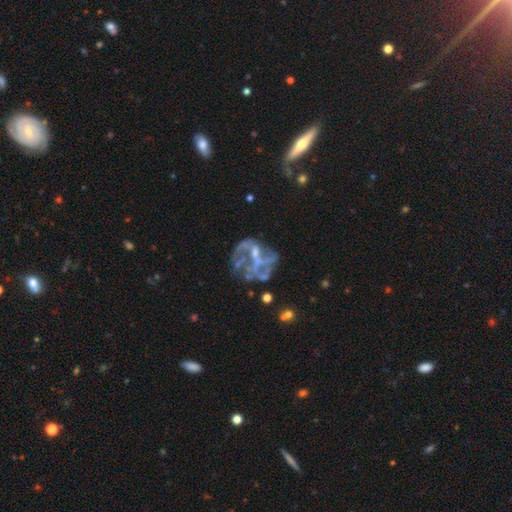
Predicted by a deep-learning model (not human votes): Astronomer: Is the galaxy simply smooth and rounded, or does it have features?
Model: featured or disk — 73%.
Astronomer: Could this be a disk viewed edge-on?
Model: no — 98%.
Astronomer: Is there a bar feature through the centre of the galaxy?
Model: no — 61%.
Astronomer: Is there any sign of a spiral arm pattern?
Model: no — 58% (runner-up: yes, 42%).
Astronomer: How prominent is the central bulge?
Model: none — 45% (runner-up: small, 31%).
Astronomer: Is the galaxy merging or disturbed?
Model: none — 44% (runner-up: major disturbance, 31%).